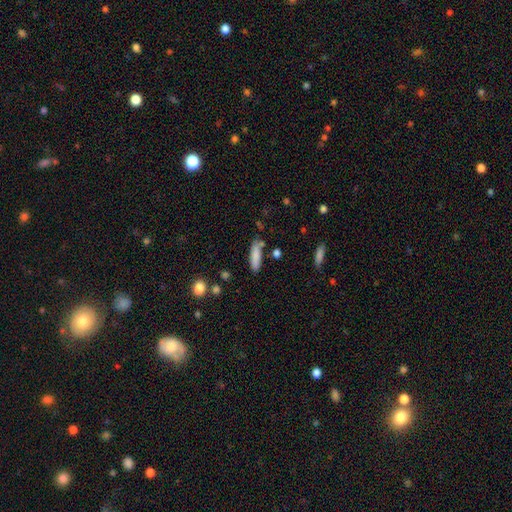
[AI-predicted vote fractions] A smooth galaxy with no disk features (84%) that is cigar-shaped (57%).

Vote fractions:
- Smooth or featured? smooth: 84% / featured or disk: 9% / star or artifact: 7%
- How rounded? cigar-shaped: 57% / in between: 41% / round: 2%
- Merging? none: 75% / minor disturbance: 15% / merger: 7% / major disturbance: 3%